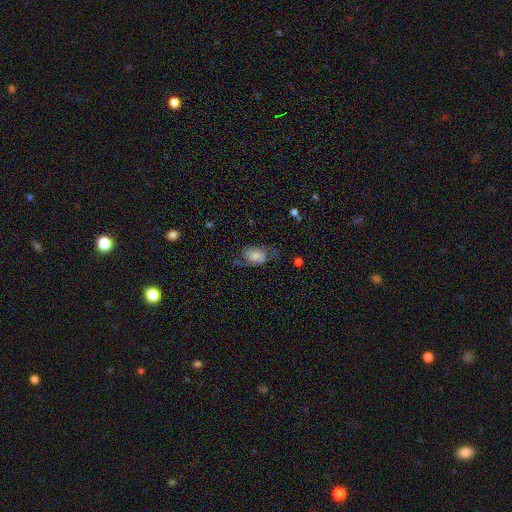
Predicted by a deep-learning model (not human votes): Overall: featured or disk (51%; smooth 40%). Edge-on disk: no (96%). Merging: none (54%; minor disturbance 24%).